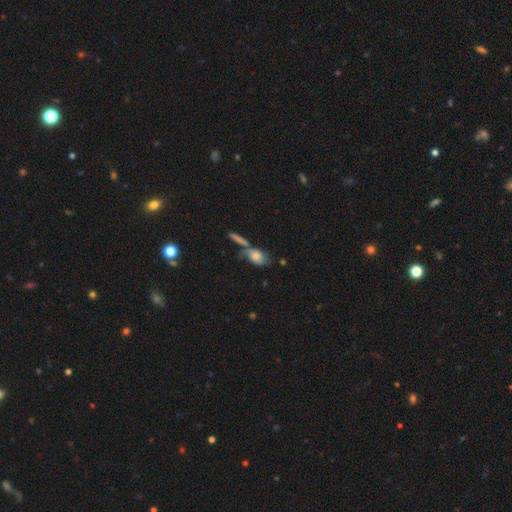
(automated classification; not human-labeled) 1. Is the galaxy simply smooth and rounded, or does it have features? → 61% smooth, 30% featured or disk, 9% star or artifact.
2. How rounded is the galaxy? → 79% in between, 12% round, 10% cigar-shaped.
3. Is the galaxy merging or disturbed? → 39% none, 31% merger, 18% minor disturbance, 12% major disturbance.